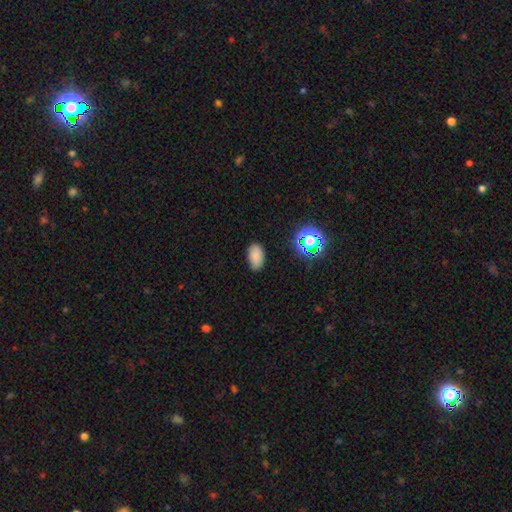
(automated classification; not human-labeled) A smooth galaxy with no disk features (80%) that is in between round and cigar-shaped (93%).

Vote fractions:
- Smooth or featured? smooth: 80% / star or artifact: 14% / featured or disk: 6%
- How rounded? in between: 93% / round: 6% / cigar-shaped: 2%
- Merging? none: 83% / minor disturbance: 13% / major disturbance: 3% / merger: 1%